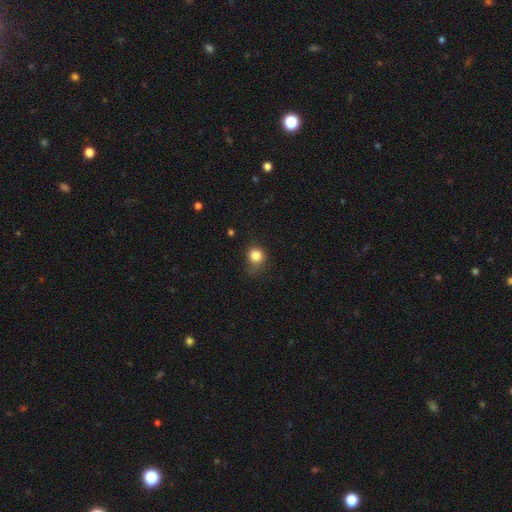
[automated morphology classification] This appears to be a smooth galaxy with no disk features (83%) that is round (82%). Merging: none (65%).